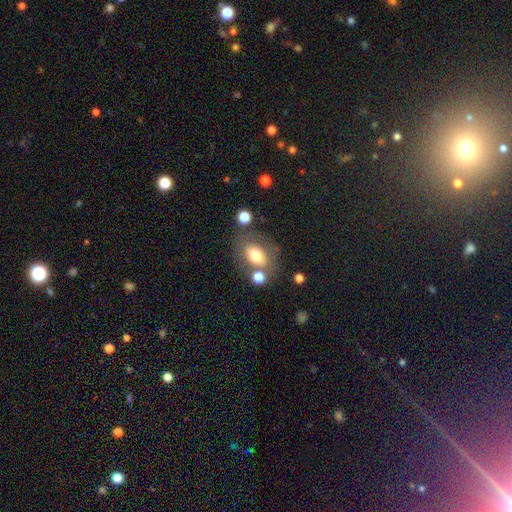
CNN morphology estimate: This is likely a smooth galaxy (69%). How rounded: likely in between (70%). Merging: likely none (63%).